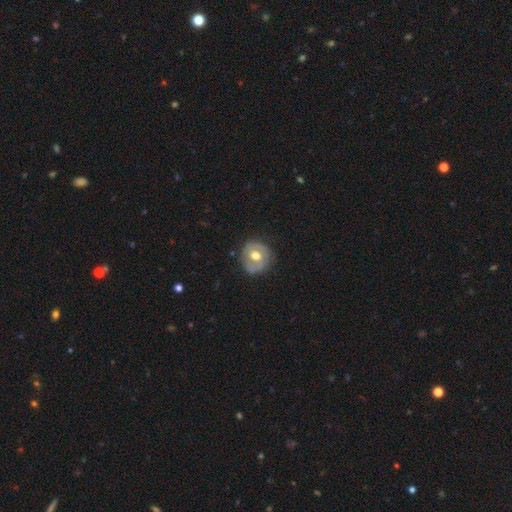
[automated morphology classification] Overall: featured or disk (50%; smooth 43%). Edge-on disk: no (96%). Merging: none (73%).